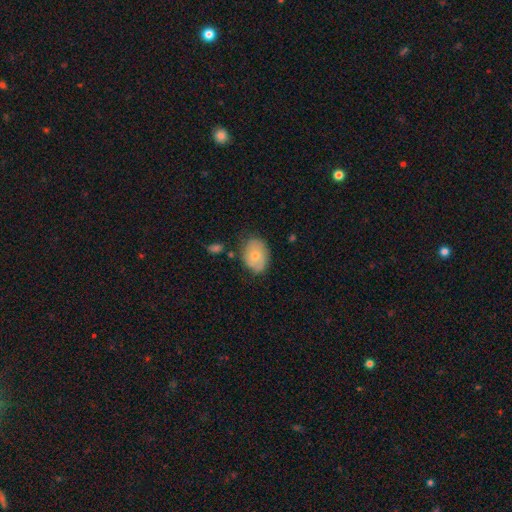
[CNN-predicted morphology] Smooth or featured?
  - smooth: 67% *
  - featured or disk: 27%
  - star or artifact: 7%
How rounded?
  - in between: 72% *
  - round: 27%
  - cigar-shaped: 1%
Merging?
  - none: 66% *
  - minor disturbance: 25%
  - major disturbance: 6%
  - merger: 4%